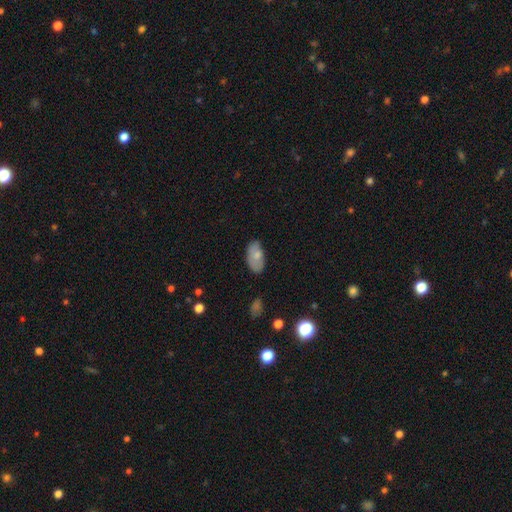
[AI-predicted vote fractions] This appears to be a smooth galaxy with no disk features (75%) that is in between round and cigar-shaped (94%). Merging: none (67%).